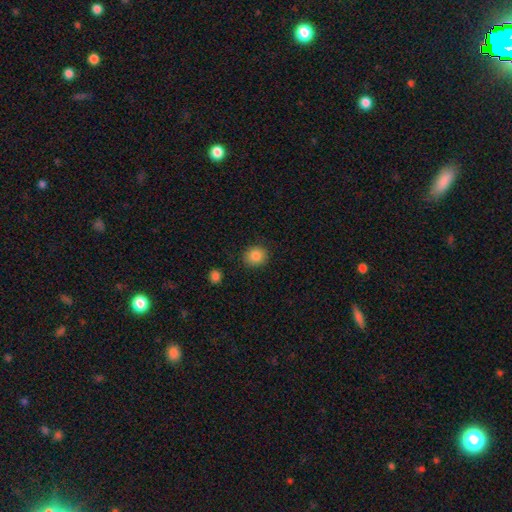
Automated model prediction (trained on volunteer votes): smooth-or-featured: smooth: 86% | star or artifact: 9% | featured or disk: 4%
  how-rounded: round: 80% | in between: 19% | cigar-shaped: 1%
  merging: none: 88% | minor disturbance: 8% | major disturbance: 3% | merger: 2%